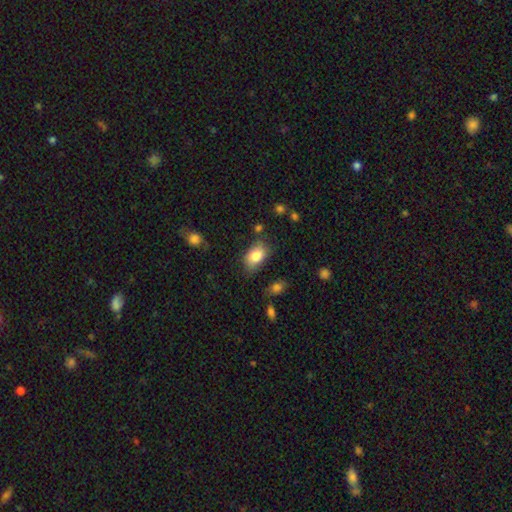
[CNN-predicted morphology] Smooth or featured: smooth — 83% (featured or disk — 10%)
How rounded: in between — 89% (round — 10%)
Merging: none — 71% (minor disturbance — 21%)